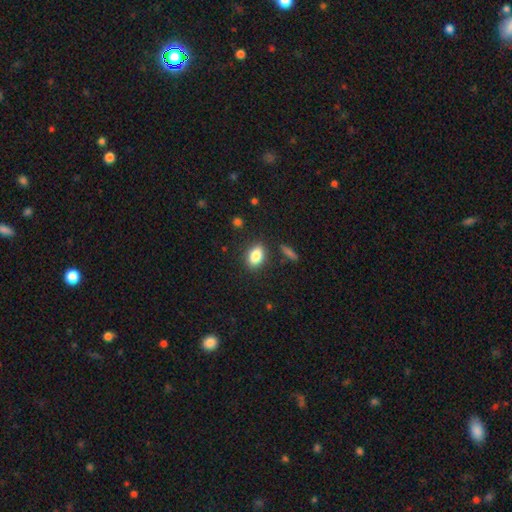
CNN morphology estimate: This is clearly a smooth galaxy (84%). How rounded: clearly in between (84%). Merging: clearly none (84%).